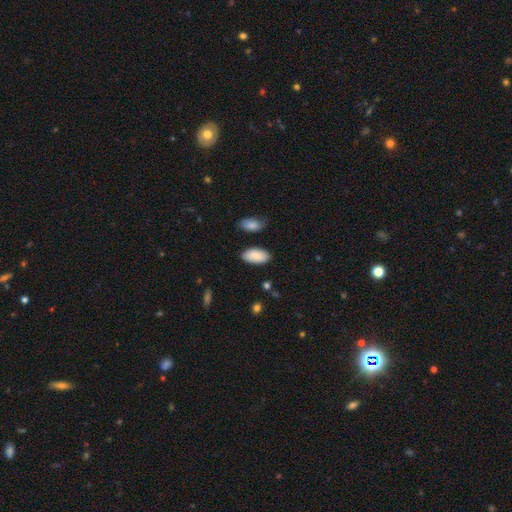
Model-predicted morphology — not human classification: A smooth galaxy with no disk features (88%) that is in between round and cigar-shaped (95%).

Vote fractions:
- Smooth or featured? smooth: 88% / featured or disk: 6% / star or artifact: 6%
- How rounded? in between: 95% / cigar-shaped: 3% / round: 2%
- Merging? none: 85% / minor disturbance: 10% / merger: 3% / major disturbance: 2%